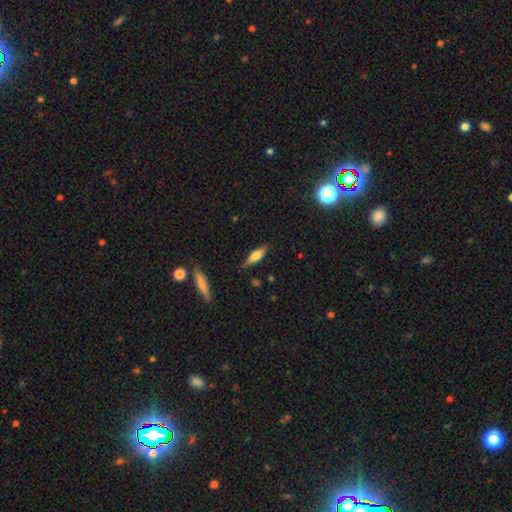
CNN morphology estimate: A smooth galaxy with no disk features (69%) that is cigar-shaped (50%).

Vote fractions:
- Smooth or featured? smooth: 69% / featured or disk: 24% / star or artifact: 7%
- How rounded? cigar-shaped: 50% / in between: 48% / round: 2%
- Merging? none: 81% / minor disturbance: 14% / major disturbance: 3% / merger: 2%